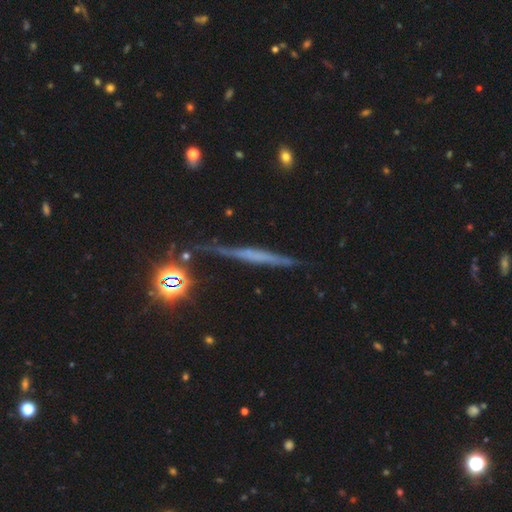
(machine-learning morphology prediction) Overall: featured or disk (54%; smooth 29%). Edge-on disk: yes (94%). Edge-on bulge: none (73%). Merging: none (75%).